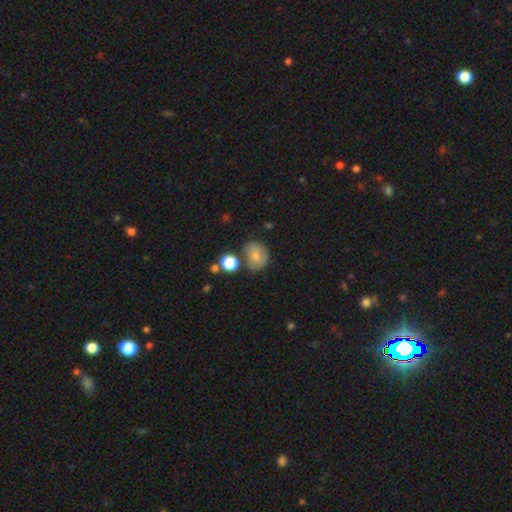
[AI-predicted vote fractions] Smooth or featured? Predicted: smooth (p=0.71). How rounded? Predicted: round (p=0.64). Merging? Predicted: none (p=0.61).